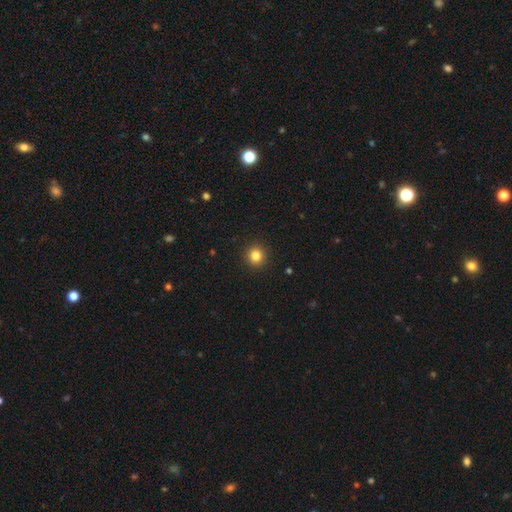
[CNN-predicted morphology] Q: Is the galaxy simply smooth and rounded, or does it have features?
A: smooth — 83%.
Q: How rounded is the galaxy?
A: round — 93%.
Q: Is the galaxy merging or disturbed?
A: none — 93%.